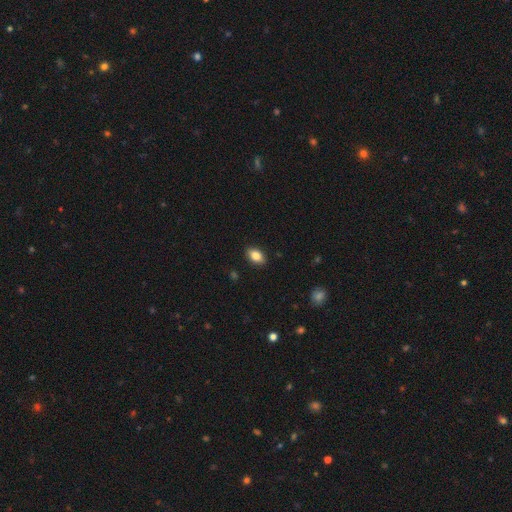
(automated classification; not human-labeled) The model was most divided on "smooth or featured": smooth: 84%, featured or disk: 8%, star or artifact: 8%. More confident: merging — none (89%); how rounded — in between (88%).